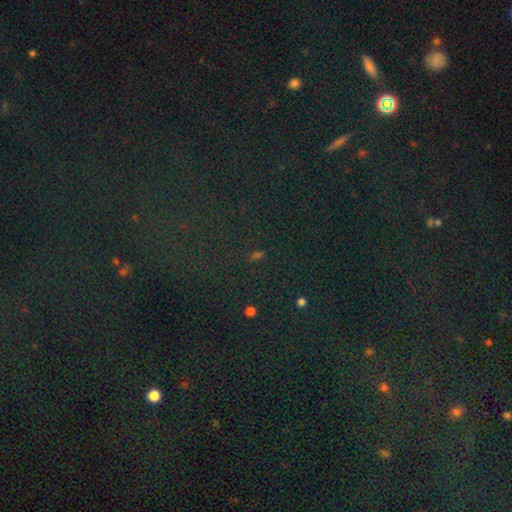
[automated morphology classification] The model was most divided on "smooth or featured": star or artifact: 70%, smooth: 21%, featured or disk: 9%.